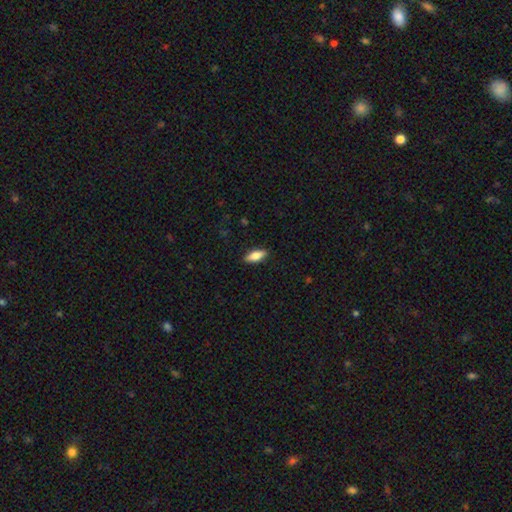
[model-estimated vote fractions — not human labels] smooth-or-featured: smooth: 78% | featured or disk: 16% | star or artifact: 6%
  how-rounded: in between: 74% | cigar-shaped: 23% | round: 2%
  merging: none: 88% | minor disturbance: 9% | major disturbance: 2% | merger: 1%